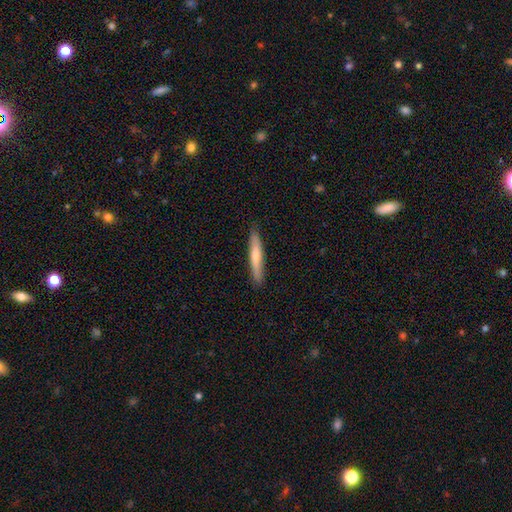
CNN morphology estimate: Smooth or featured? Predicted: smooth (p=0.61). How rounded? Predicted: cigar-shaped (p=0.93). Merging? Predicted: none (p=0.89).